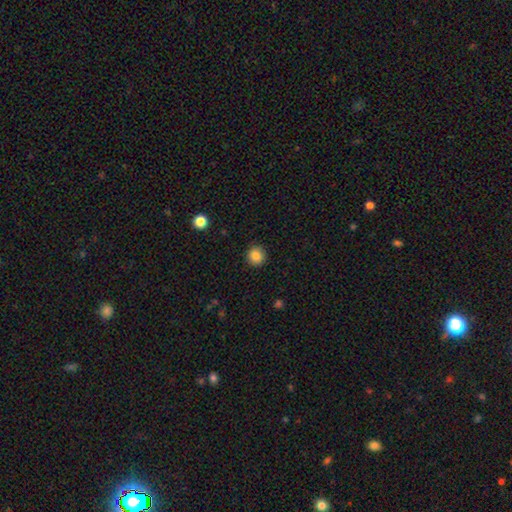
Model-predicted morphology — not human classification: Smooth or featured?
  - smooth: 85% *
  - star or artifact: 10%
  - featured or disk: 5%
How rounded?
  - round: 92% *
  - in between: 7%
  - cigar-shaped: 1%
Merging?
  - none: 92% *
  - minor disturbance: 6%
  - major disturbance: 2%
  - merger: 1%